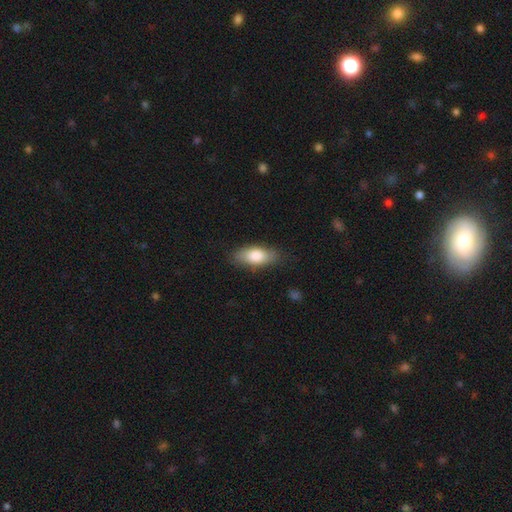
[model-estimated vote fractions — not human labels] smooth-or-featured: smooth: 81% | featured or disk: 13% | star or artifact: 6%
  how-rounded: in between: 83% | cigar-shaped: 14% | round: 3%
  merging: none: 80% | minor disturbance: 15% | major disturbance: 4% | merger: 1%